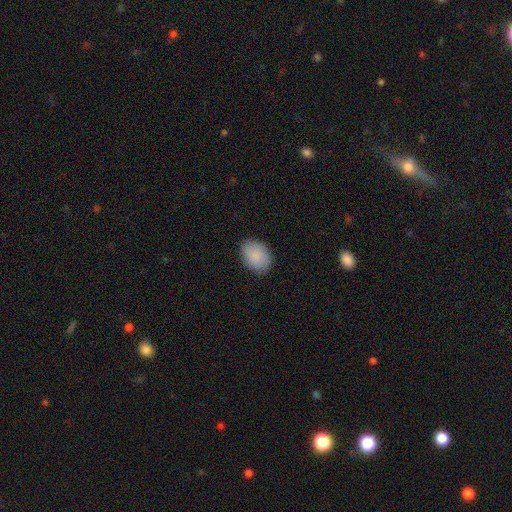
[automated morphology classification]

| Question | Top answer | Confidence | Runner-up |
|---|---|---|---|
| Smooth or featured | smooth | 88% | featured or disk (6%) |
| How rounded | in between | 71% | round (28%) |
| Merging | none | 83% | minor disturbance (13%) |